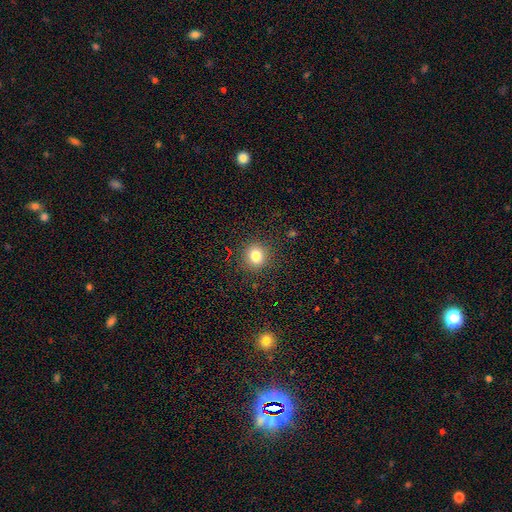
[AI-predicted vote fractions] This appears to be a smooth galaxy with no disk features (80%) that is round (88%). Merging: none (90%).